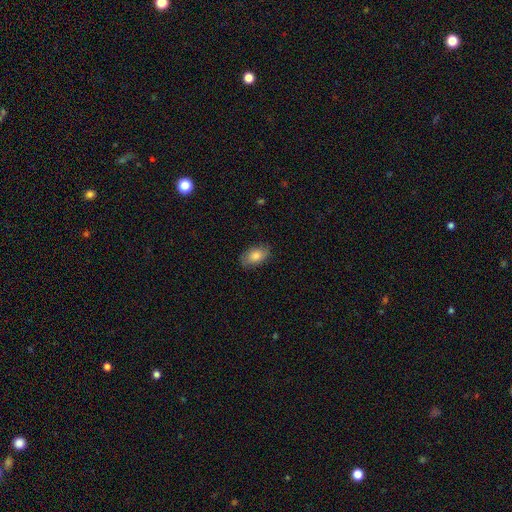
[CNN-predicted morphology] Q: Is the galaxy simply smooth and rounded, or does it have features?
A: smooth — 82%.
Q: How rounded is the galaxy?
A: in between — 91%.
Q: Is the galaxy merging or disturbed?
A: none — 83%.